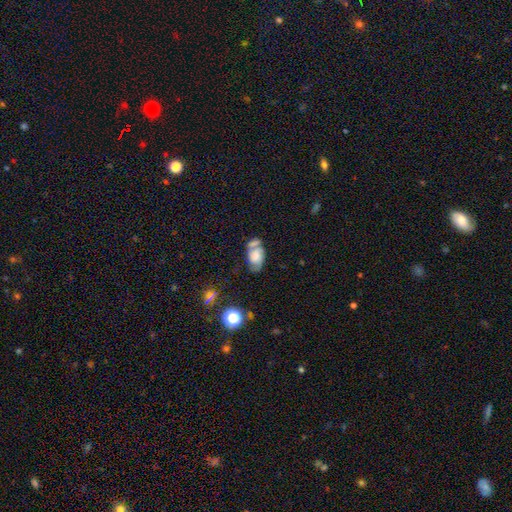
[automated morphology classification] A featured or disk galaxy (47%).

Vote fractions:
- Smooth or featured? featured or disk: 47% / smooth: 42% / star or artifact: 10%
- Merging? none: 44% / minor disturbance: 24% / merger: 22% / major disturbance: 10%